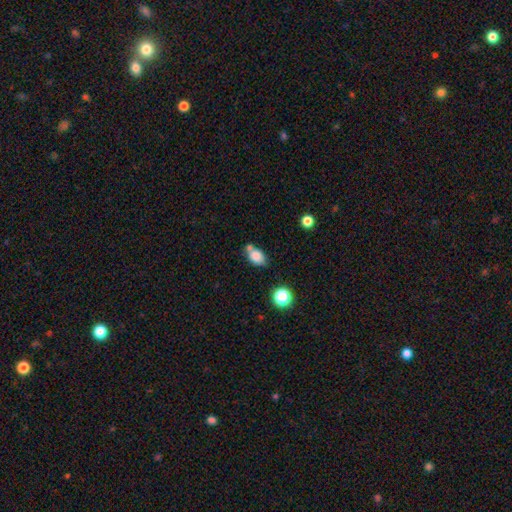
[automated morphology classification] Smooth or featured? Predicted: smooth (p=0.81). How rounded? Predicted: in between (p=0.80). Merging? Predicted: none (p=0.53).